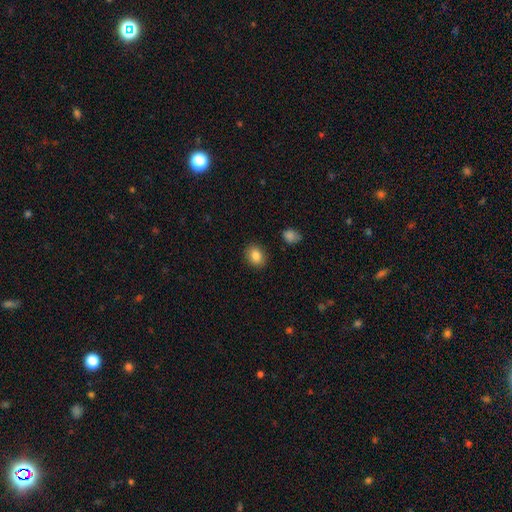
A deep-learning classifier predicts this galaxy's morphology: Smooth or featured? smooth (86%)
How rounded? in between (54%)
Merging? none (88%)